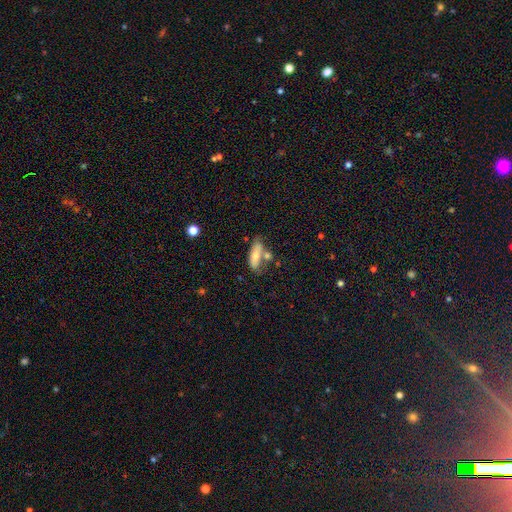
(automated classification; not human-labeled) A smooth galaxy with no disk features (73%) that is in between round and cigar-shaped (63%). Merging: none (47%).